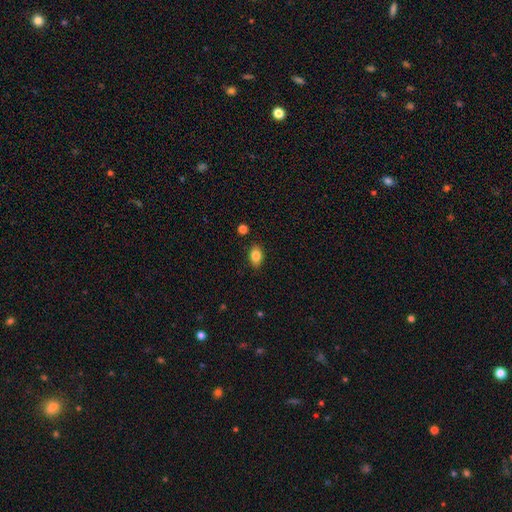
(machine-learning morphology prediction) smooth 83%, star or artifact 9%, featured or disk 8%. Down the decision tree: how rounded — in between (84%); merging — none (87%).